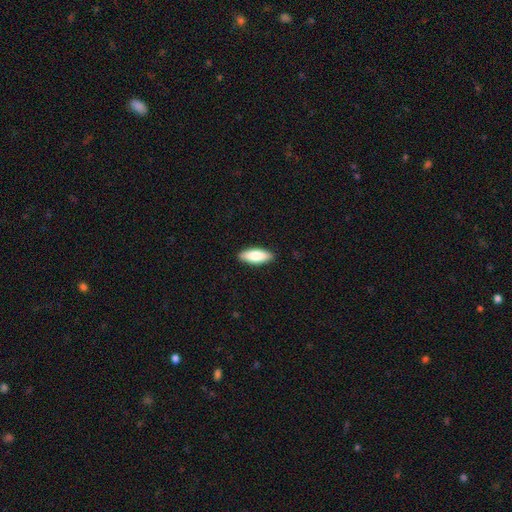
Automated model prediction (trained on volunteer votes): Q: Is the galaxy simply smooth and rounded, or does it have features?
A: smooth — 83%.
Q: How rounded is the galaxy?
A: in between — 74%.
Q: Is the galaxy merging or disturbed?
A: none — 89%.